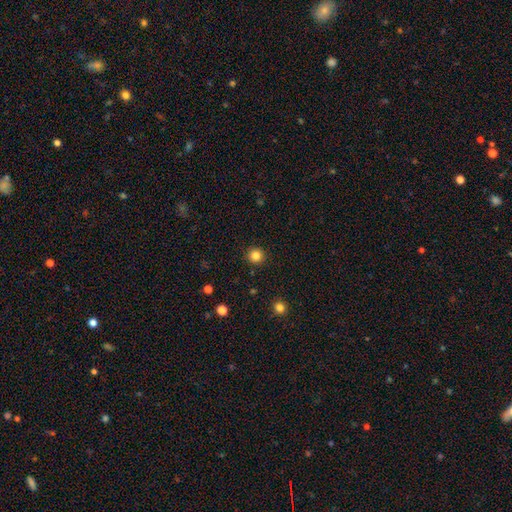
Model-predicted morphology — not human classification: A smooth galaxy with no disk features (83%) that is round (95%).

Vote fractions:
- Smooth or featured? smooth: 83% / star or artifact: 13% / featured or disk: 4%
- How rounded? round: 95% / in between: 4% / cigar-shaped: 1%
- Merging? none: 92% / minor disturbance: 5% / major disturbance: 2% / merger: 1%